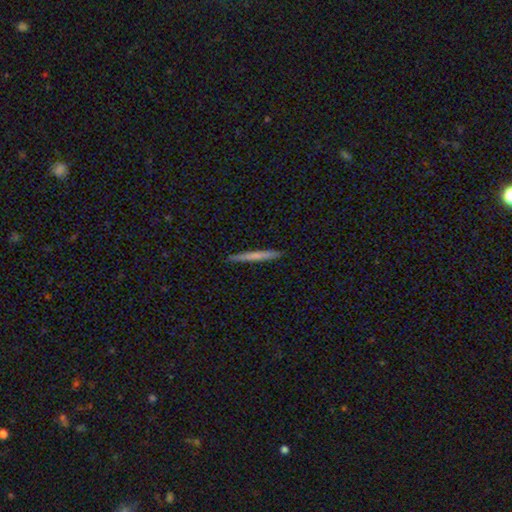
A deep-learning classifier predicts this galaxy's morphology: This is likely a smooth galaxy (65%). How rounded: clearly cigar-shaped (96%). Merging: clearly none (91%).